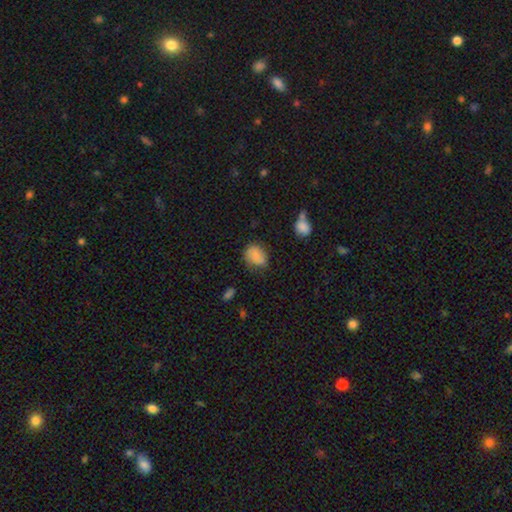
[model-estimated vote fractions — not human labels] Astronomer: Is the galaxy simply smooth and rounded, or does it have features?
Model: smooth — 79%.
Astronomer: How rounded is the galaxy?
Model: in between — 59% (runner-up: round, 40%).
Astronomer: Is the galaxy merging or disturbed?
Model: none — 63%.